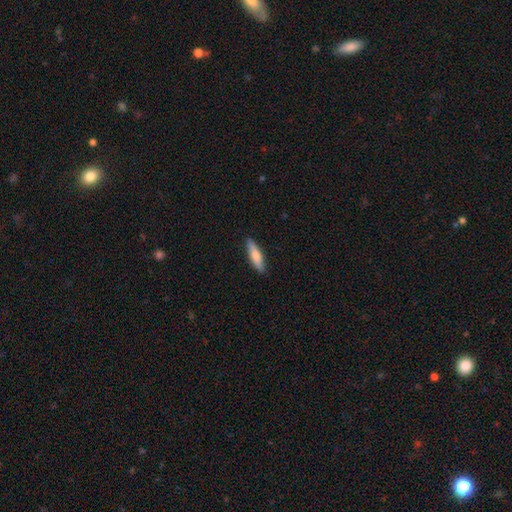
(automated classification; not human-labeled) Overall: smooth (69%). How rounded: cigar-shaped (71%). Merging: none (89%).